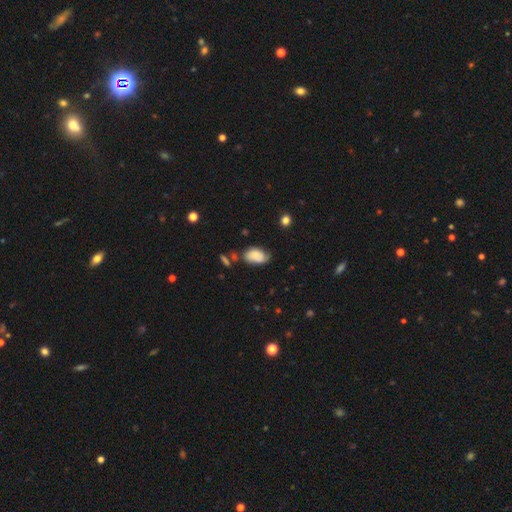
This appears to be a smooth galaxy with no disk features (70%) that is in between round and cigar-shaped (86%). Merging: none (50%).